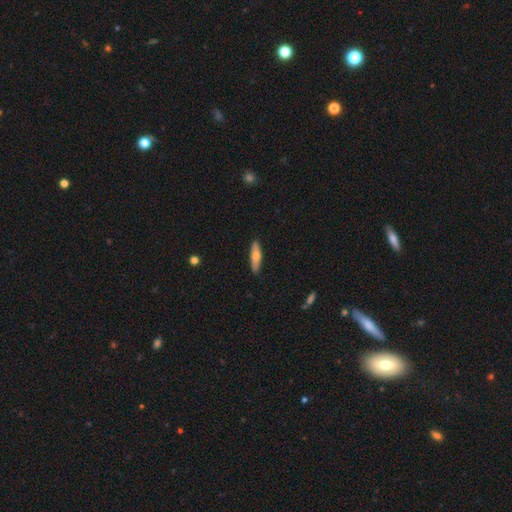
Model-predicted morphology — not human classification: A smooth galaxy with no disk features (61%) that is cigar-shaped (69%). Merging: none (88%).